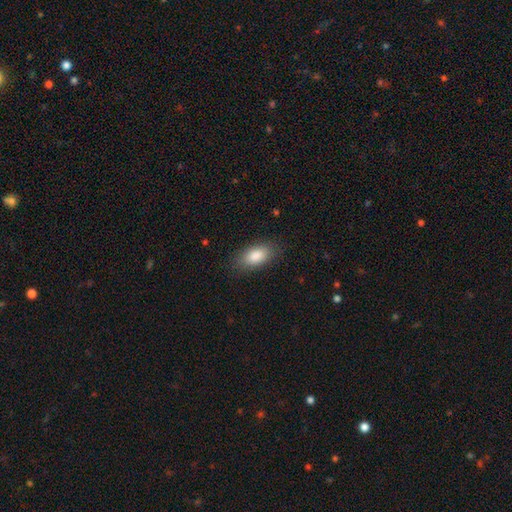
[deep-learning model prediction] Q: Smooth or featured?
A: smooth (87%); runner-up: featured or disk (7%)
Q: How rounded?
A: in between (90%); runner-up: cigar-shaped (7%)
Q: Merging?
A: none (84%); runner-up: minor disturbance (12%)